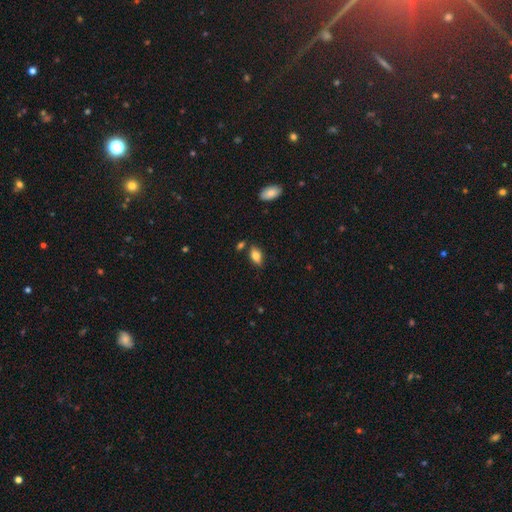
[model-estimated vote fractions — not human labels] The model was most divided on "smooth or featured": smooth: 75%, featured or disk: 17%, star or artifact: 8%. More confident: how rounded — in between (88%); merging — none (77%).